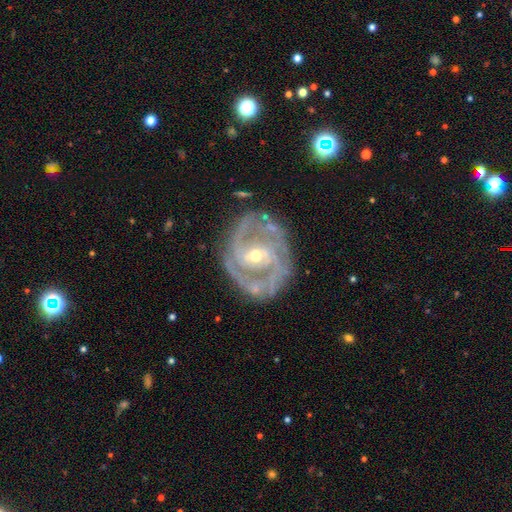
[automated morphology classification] Smooth or featured? featured or disk (90%)
Edge-on disk? no (97%)
Bar? no (44%)
Spiral arms? yes (96%)
Spiral winding? tight (51%)
Spiral arm count? 2 (54%)
Bulge size? moderate (54%)
Merging? none (70%)